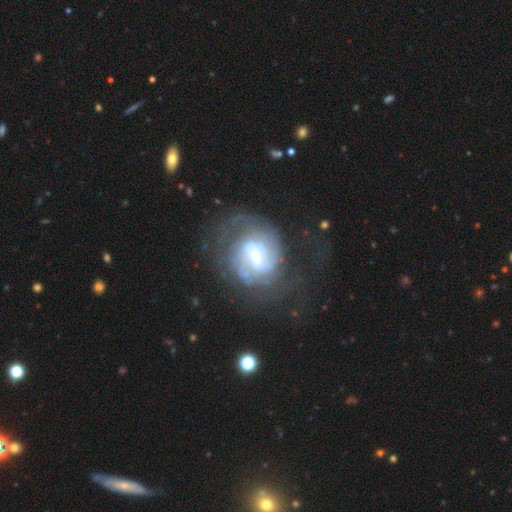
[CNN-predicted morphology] smooth_or_featured: featured or disk (p=0.78) [alt: smooth p=0.15]
disk_edge_on: no (p=0.97) [alt: yes p=0.03]
bar: weak (p=0.54) [alt: no p=0.27]
has_spiral_arms: yes (p=0.88) [alt: no p=0.12]
spiral_winding: tight (p=0.53) [alt: medium p=0.33]
spiral_arm_count: can't tell (p=0.40) [alt: 2 p=0.36]
bulge_size: small (p=0.48) [alt: moderate p=0.38]
merging: none (p=0.57) [alt: major disturbance p=0.22]